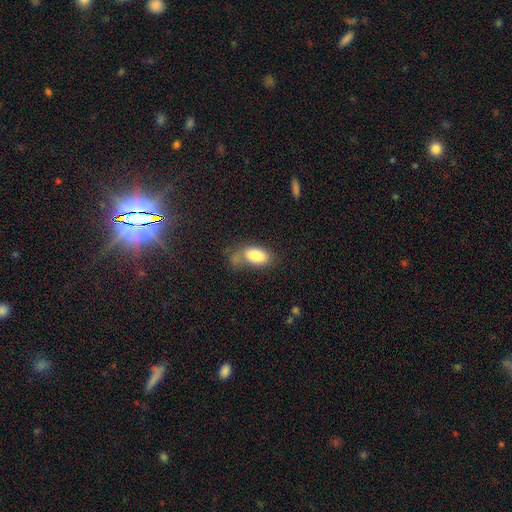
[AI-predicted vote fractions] smooth 85%, featured or disk 8%, star or artifact 7%. Down the decision tree: how rounded — in between (92%); merging — none (45%).